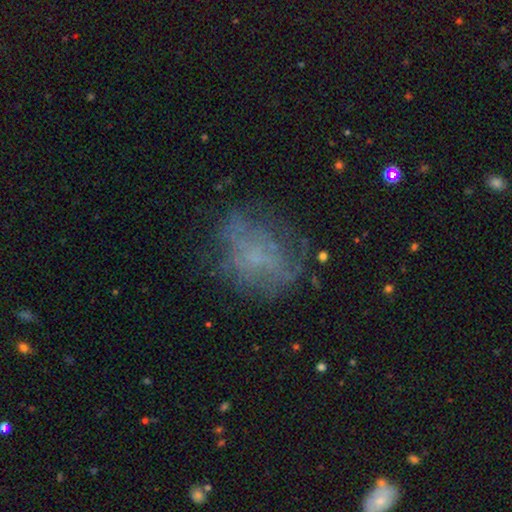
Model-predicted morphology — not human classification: featured or disk 42%, smooth 40%, star or artifact 18%. Down the decision tree: merging — none (59%).